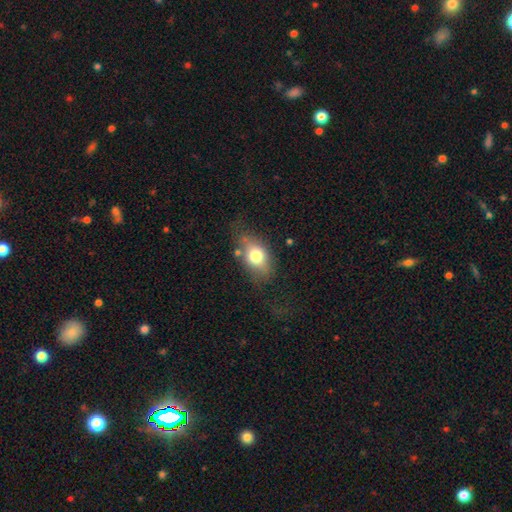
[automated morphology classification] Smooth or featured? Predicted: smooth (p=0.72). How rounded? Predicted: in between (p=0.78). Merging? Predicted: none (p=0.62).